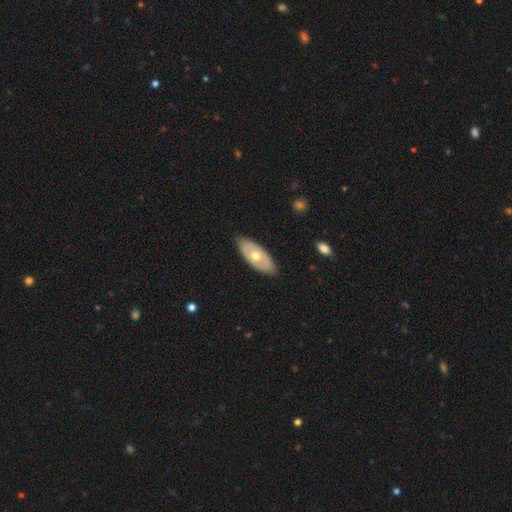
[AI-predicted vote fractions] The model was most divided on "smooth or featured": featured or disk: 50%, smooth: 46%, star or artifact: 4%. More confident: merging — none (84%).